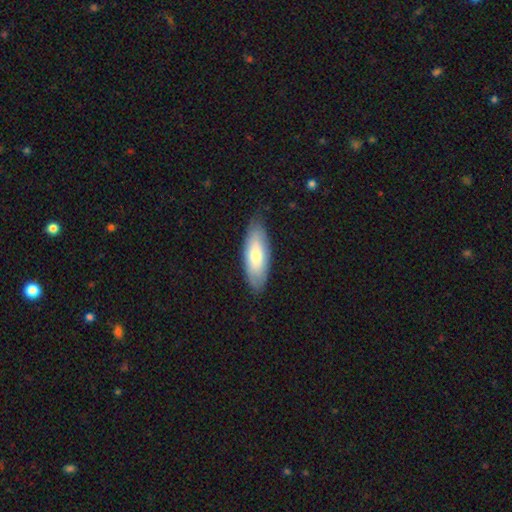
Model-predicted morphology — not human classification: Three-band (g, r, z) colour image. It shows a smooth galaxy with no disk features (70%) that is in between round and cigar-shaped (74%). Merging: none (79%).